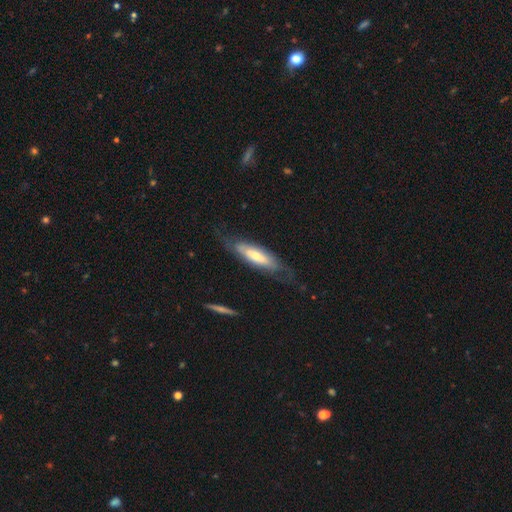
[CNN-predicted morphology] type=featured or disk (55%); edge-on=no (59%); merging=none (67%).